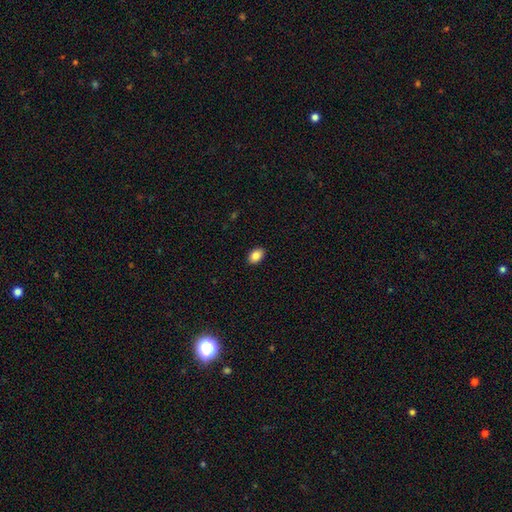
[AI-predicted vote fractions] Smooth or featured? smooth (86%)
How rounded? in between (84%)
Merging? none (90%)